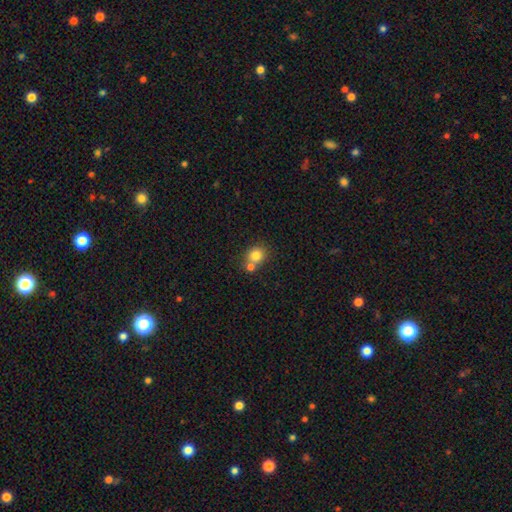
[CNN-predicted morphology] smooth-or-featured: smooth: 80% | star or artifact: 11% | featured or disk: 9%
  how-rounded: round: 79% | in between: 20% | cigar-shaped: 1%
  merging: none: 52% | merger: 37% | minor disturbance: 8% | major disturbance: 3%